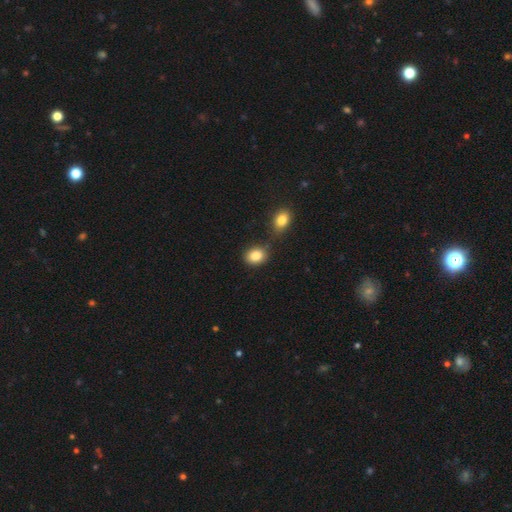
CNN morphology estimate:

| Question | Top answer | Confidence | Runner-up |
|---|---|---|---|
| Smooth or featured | smooth | 86% | star or artifact (9%) |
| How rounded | in between | 52% | round (47%) |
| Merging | none | 71% | merger (14%) |